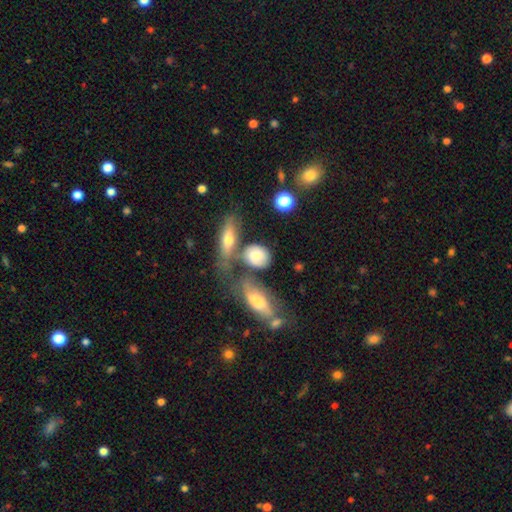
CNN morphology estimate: Smooth or featured: smooth — 73% (featured or disk — 18%)
How rounded: in between — 56% (round — 38%)
Merging: none — 48% (merger — 26%)